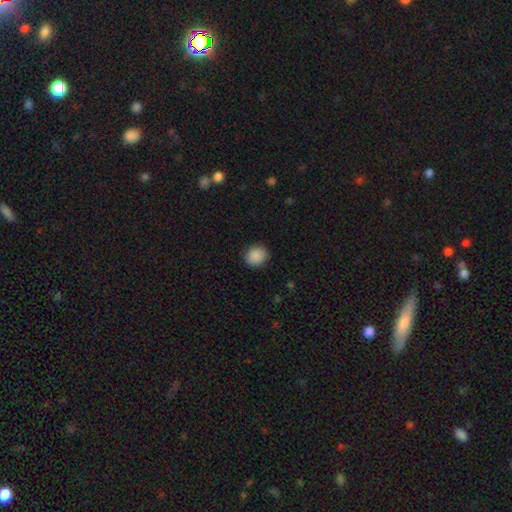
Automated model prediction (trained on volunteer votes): smooth_or_featured: smooth (p=0.89) [alt: star or artifact p=0.08]
how_rounded: round (p=0.79) [alt: in between p=0.20]
merging: none (p=0.87) [alt: minor disturbance p=0.09]